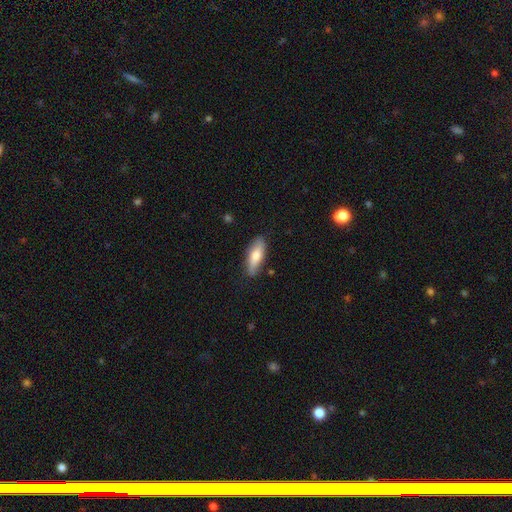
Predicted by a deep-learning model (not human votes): The model was most divided on "how rounded": in between: 62%, cigar-shaped: 35%, round: 2%. More confident: merging — none (79%); smooth or featured — smooth (70%).